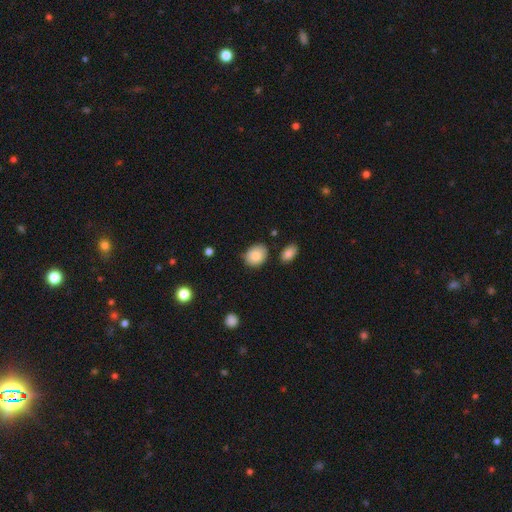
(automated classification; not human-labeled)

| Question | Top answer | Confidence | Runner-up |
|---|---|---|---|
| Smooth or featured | smooth | 83% | featured or disk (9%) |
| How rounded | in between | 59% | round (40%) |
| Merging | none | 77% | minor disturbance (16%) |